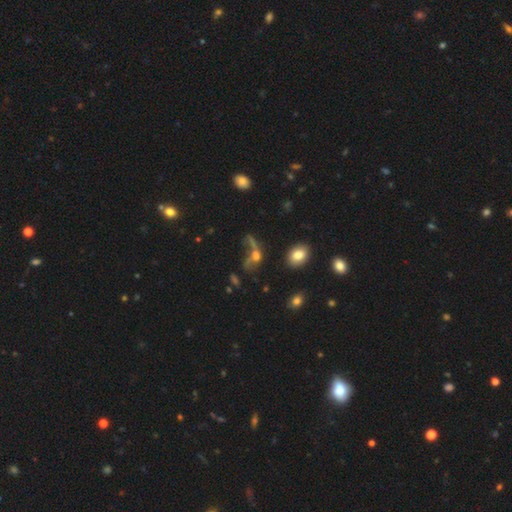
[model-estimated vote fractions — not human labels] Smooth or featured?
  - featured or disk: 46% *
  - smooth: 35%
  - star or artifact: 20%
Merging?
  - major disturbance: 38% *
  - none: 29%
  - merger: 20%
  - minor disturbance: 13%